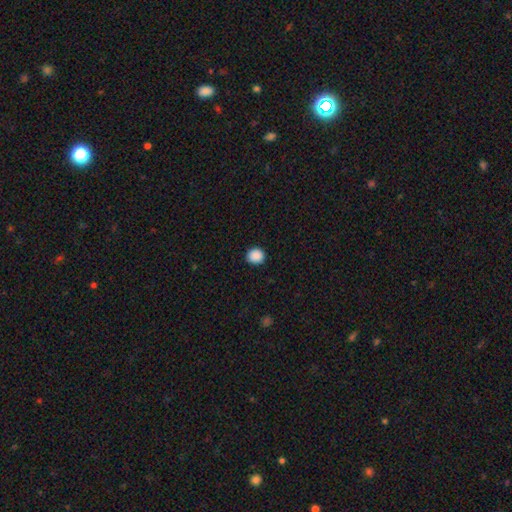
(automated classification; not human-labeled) Smooth or featured?
  - smooth: 89% *
  - star or artifact: 9%
  - featured or disk: 2%
How rounded?
  - round: 82% *
  - in between: 17%
  - cigar-shaped: 1%
Merging?
  - none: 90% *
  - minor disturbance: 7%
  - major disturbance: 2%
  - merger: 1%